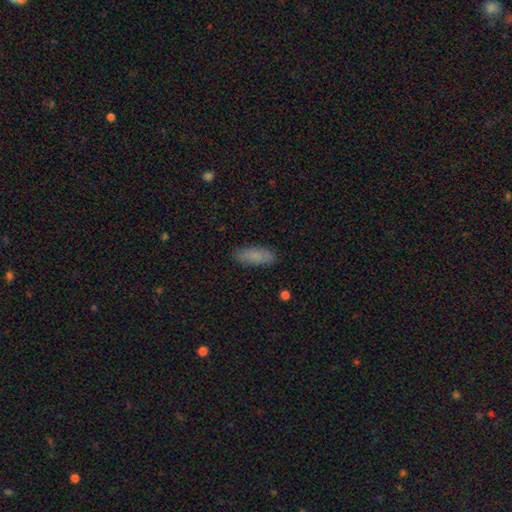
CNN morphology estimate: smooth 84%, featured or disk 9%, star or artifact 7%. Down the decision tree: how rounded — in between (70%); merging — none (85%).